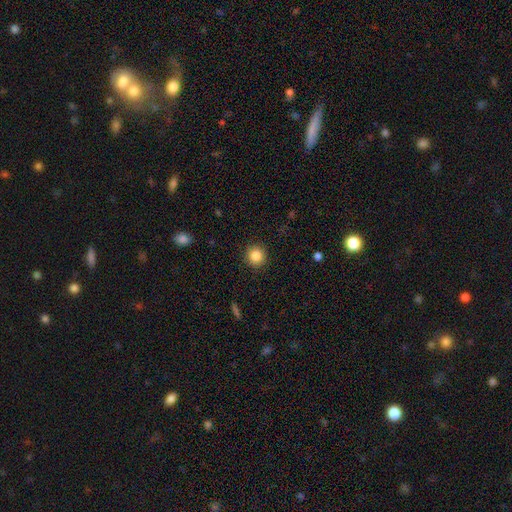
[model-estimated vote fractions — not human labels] This is clearly a smooth galaxy (85%). How rounded: clearly round (94%). Merging: clearly none (91%).